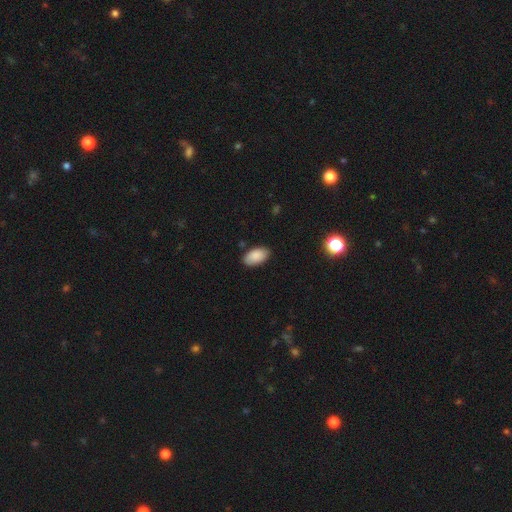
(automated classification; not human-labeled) Smooth or featured? Predicted: smooth (p=0.89). How rounded? Predicted: in between (p=0.95). Merging? Predicted: none (p=0.86).